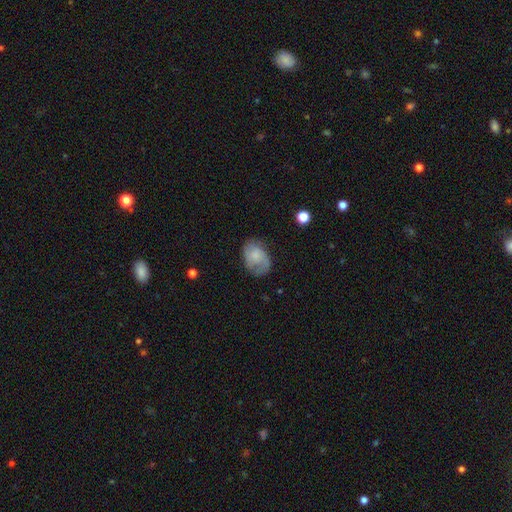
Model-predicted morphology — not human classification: smooth 51%, featured or disk 41%, star or artifact 8%. Down the decision tree: how rounded — in between (76%); merging — none (56%).